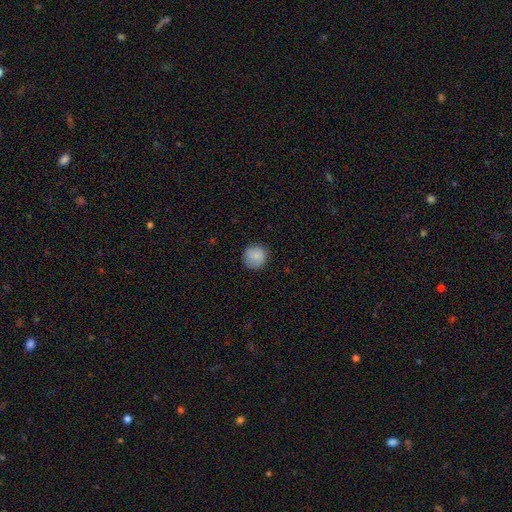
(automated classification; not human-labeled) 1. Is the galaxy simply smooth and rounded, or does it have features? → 87% smooth, 8% star or artifact, 5% featured or disk.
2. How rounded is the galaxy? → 93% round, 6% in between, 1% cigar-shaped.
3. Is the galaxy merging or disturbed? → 86% none, 11% minor disturbance, 2% major disturbance, 1% merger.